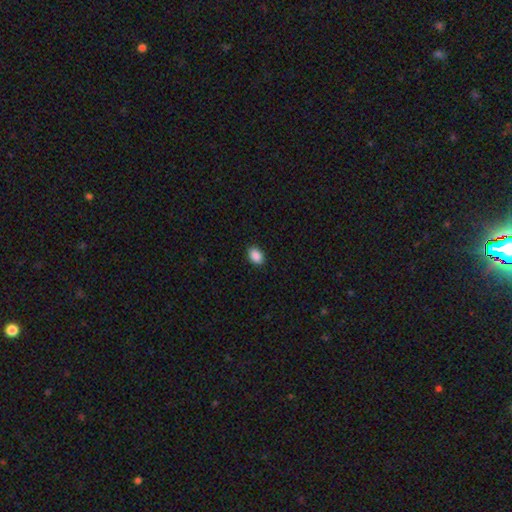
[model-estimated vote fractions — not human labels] Smooth or featured?
  - smooth: 89% *
  - star or artifact: 8%
  - featured or disk: 3%
How rounded?
  - in between: 80% *
  - round: 19%
  - cigar-shaped: 1%
Merging?
  - none: 90% *
  - minor disturbance: 7%
  - major disturbance: 2%
  - merger: 1%